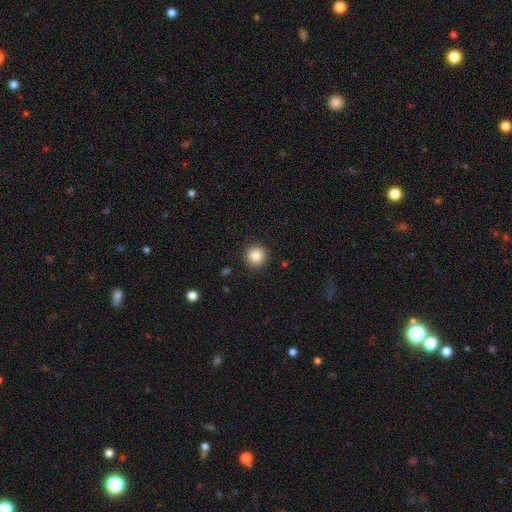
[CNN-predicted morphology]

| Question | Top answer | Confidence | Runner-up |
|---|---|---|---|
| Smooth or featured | smooth | 85% | star or artifact (10%) |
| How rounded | round | 95% | in between (4%) |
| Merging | none | 92% | minor disturbance (5%) |